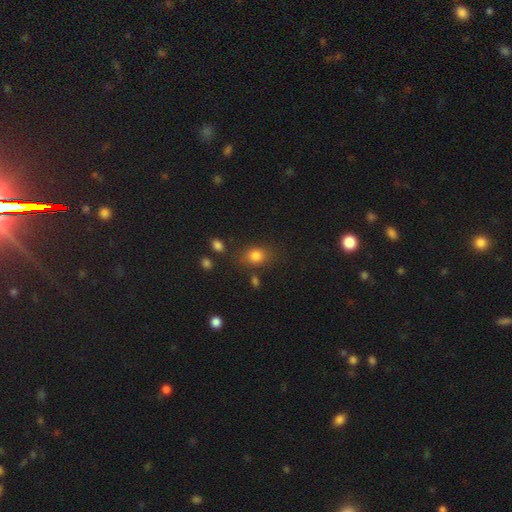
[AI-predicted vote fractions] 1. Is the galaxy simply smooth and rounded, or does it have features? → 82% smooth, 11% star or artifact, 7% featured or disk.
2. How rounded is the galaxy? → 52% in between, 47% round, 1% cigar-shaped.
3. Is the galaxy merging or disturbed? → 74% none, 15% minor disturbance, 5% major disturbance, 5% merger.